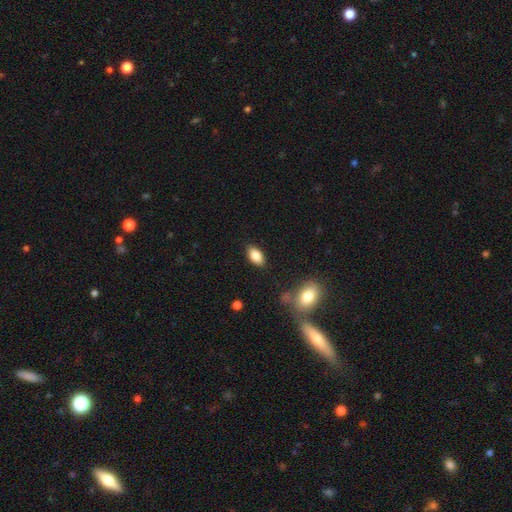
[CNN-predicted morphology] Smooth or featured?
  - smooth: 84% *
  - featured or disk: 8%
  - star or artifact: 8%
How rounded?
  - in between: 92% *
  - round: 5%
  - cigar-shaped: 4%
Merging?
  - none: 86% *
  - minor disturbance: 10%
  - major disturbance: 2%
  - merger: 2%